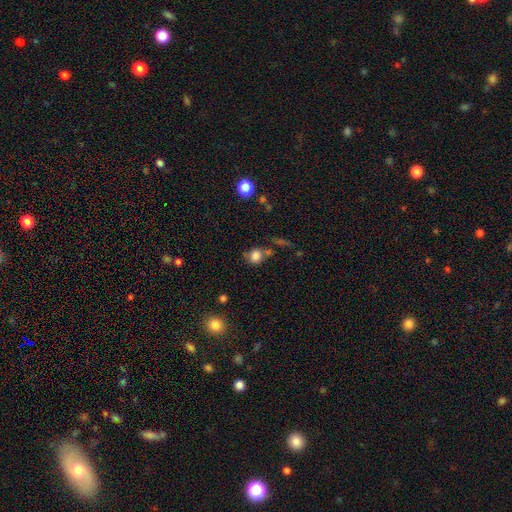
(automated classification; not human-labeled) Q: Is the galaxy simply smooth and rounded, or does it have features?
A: smooth — 81%.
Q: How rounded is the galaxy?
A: round — 75%.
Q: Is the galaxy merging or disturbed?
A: none — 58%.